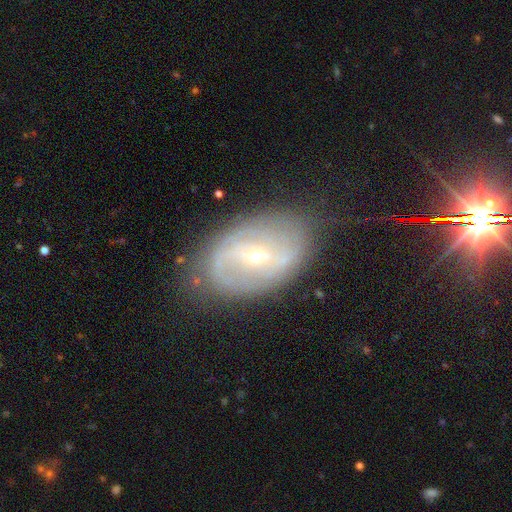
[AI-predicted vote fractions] The model was most divided on "spiral winding": medium: 39%, tight: 32%, loose: 28%. Remaining: edge-on disk — no (95%); smooth or featured — featured or disk (76%); merging — none (74%); spiral arms — yes (73%); bulge size — small (73%); spiral arm count — 2 (67%); bar — weak (44%).